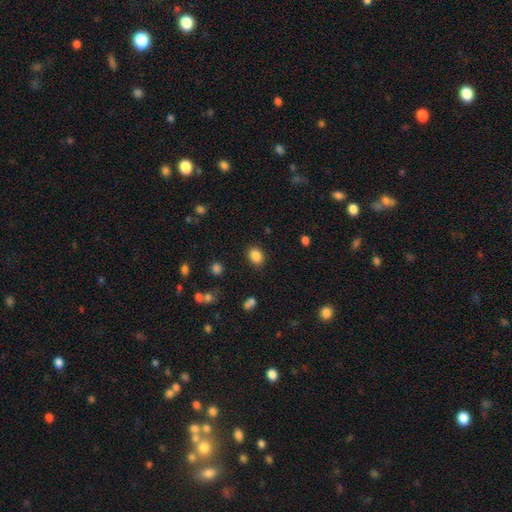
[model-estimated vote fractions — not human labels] This appears to be a smooth galaxy with no disk features (86%) that is in between round and cigar-shaped (61%). Merging: none (86%).